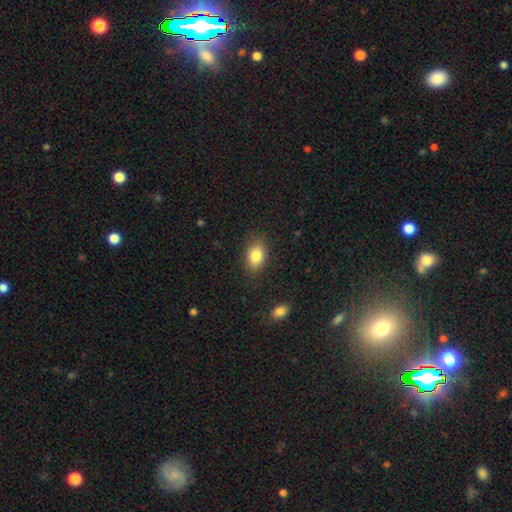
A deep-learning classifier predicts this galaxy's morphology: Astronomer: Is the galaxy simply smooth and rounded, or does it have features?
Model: smooth — 83%.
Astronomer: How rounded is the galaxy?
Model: in between — 81%.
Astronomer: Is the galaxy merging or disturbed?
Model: none — 84%.